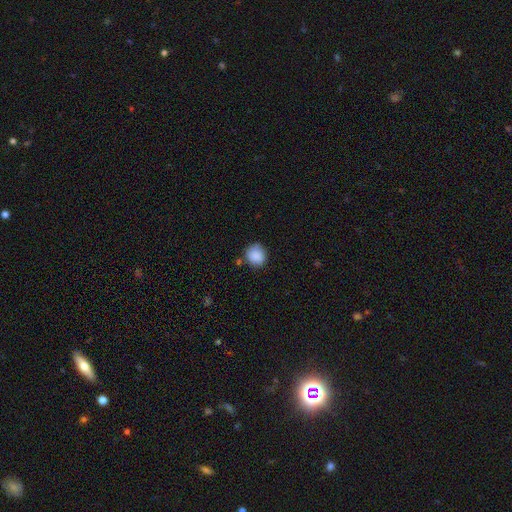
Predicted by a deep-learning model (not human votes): Morphology: type=smooth (88%); roundness=round (83%); merging=none (75%).